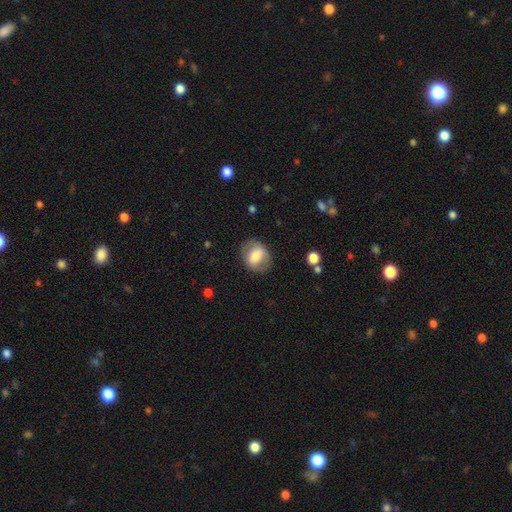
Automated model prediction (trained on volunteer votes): A smooth galaxy with no disk features (60%) that is in between round and cigar-shaped (57%).

Vote fractions:
- Smooth or featured? smooth: 60% / featured or disk: 33% / star or artifact: 7%
- How rounded? in between: 57% / round: 42% / cigar-shaped: 1%
- Merging? none: 78% / minor disturbance: 13% / major disturbance: 7% / merger: 1%